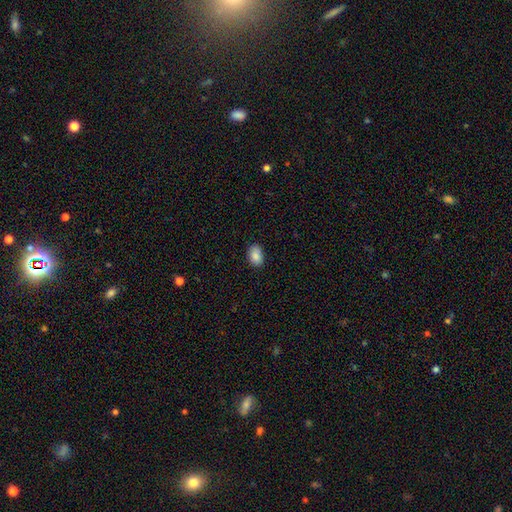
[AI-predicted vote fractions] A smooth galaxy with no disk features (88%) that is in between round and cigar-shaped (85%).

Vote fractions:
- Smooth or featured? smooth: 88% / star or artifact: 8% / featured or disk: 4%
- How rounded? in between: 85% / round: 14% / cigar-shaped: 1%
- Merging? none: 86% / minor disturbance: 11% / major disturbance: 2% / merger: 1%